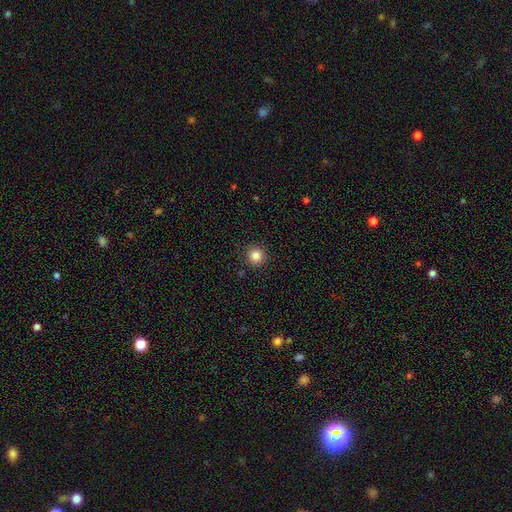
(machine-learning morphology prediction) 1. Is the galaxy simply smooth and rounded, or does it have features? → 83% smooth, 12% star or artifact, 5% featured or disk.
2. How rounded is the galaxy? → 95% round, 4% in between, 1% cigar-shaped.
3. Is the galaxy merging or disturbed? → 91% none, 6% minor disturbance, 2% major disturbance, 1% merger.